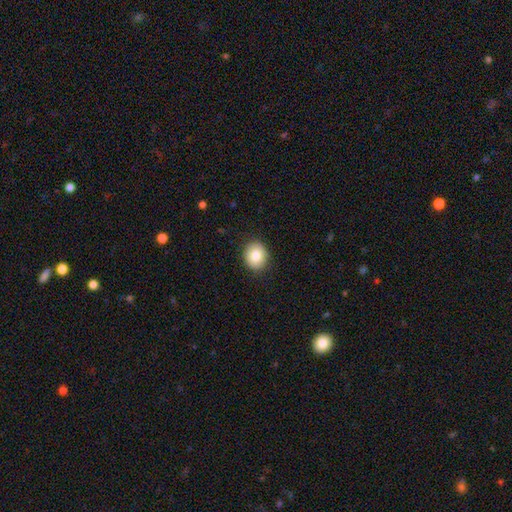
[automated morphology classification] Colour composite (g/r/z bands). It shows a smooth galaxy with no disk features (83%) that is round (68%). Merging: none (89%).